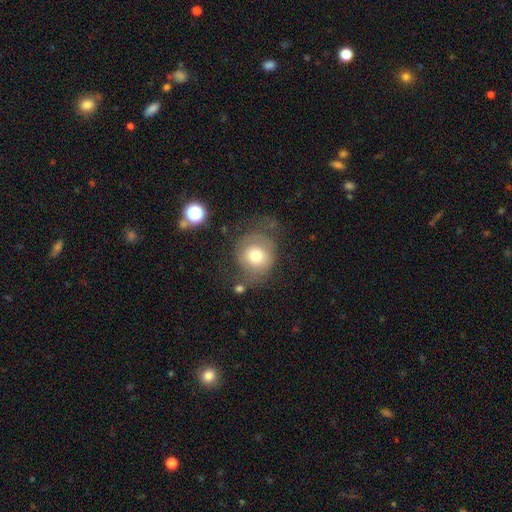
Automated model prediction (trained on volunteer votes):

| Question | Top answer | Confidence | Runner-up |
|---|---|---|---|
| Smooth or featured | smooth | 63% | featured or disk (27%) |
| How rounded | round | 81% | in between (18%) |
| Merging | none | 49% | major disturbance (23%) |